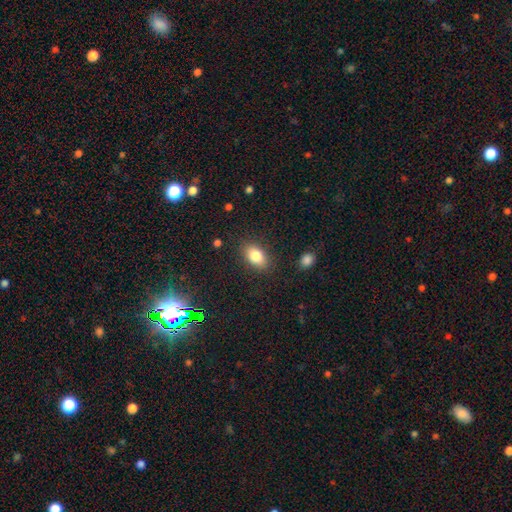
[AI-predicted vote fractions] The model was most divided on "smooth or featured": smooth: 82%, featured or disk: 9%, star or artifact: 9%. More confident: how rounded — in between (87%); merging — none (85%).